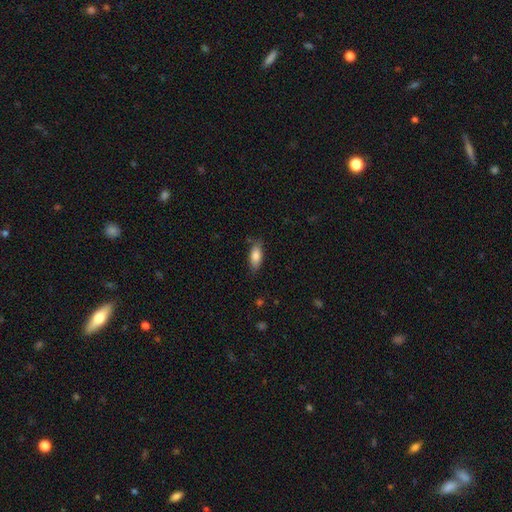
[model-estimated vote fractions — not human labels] Smooth or featured? Predicted: smooth (p=0.81). How rounded? Predicted: in between (p=0.79). Merging? Predicted: none (p=0.79).